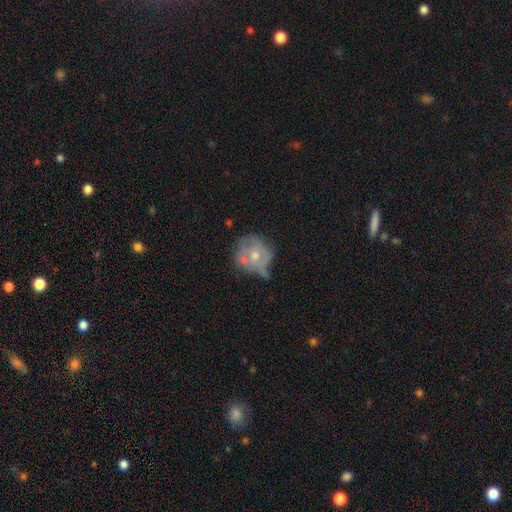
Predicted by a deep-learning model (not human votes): smooth-or-featured: featured or disk: 53% | smooth: 39% | star or artifact: 8%
  disk-edge-on: no: 96% | yes: 4%
    bar: no: 84% | weak: 13% | strong: 3%
    has-spiral-arms: no: 65% | yes: 35%
    bulge-size: moderate: 62% | small: 32% | large: 3% | none: 2% | dominant: 1%
  merging: none: 38% | minor disturbance: 27% | merger: 21% | major disturbance: 15%